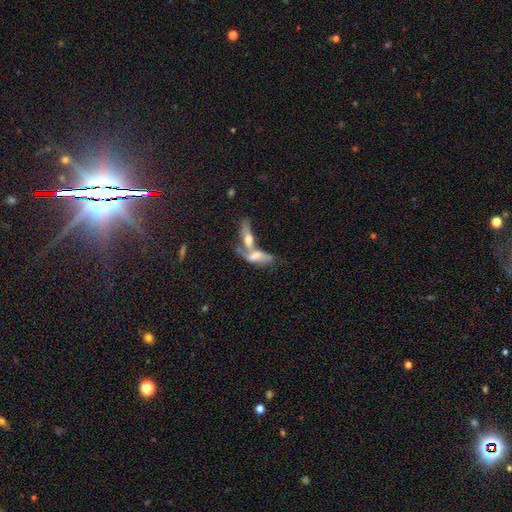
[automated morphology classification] featured or disk 47%, smooth 44%, star or artifact 9%. Down the decision tree: merging — merger (69%).